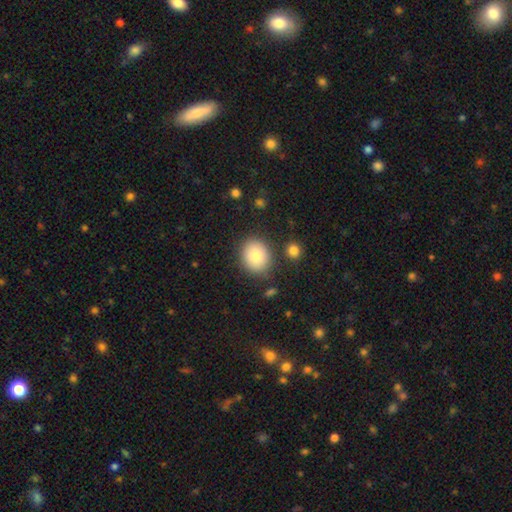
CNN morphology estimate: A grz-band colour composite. It shows a smooth galaxy with no disk features (82%) that is round (65%). Merging: none (82%).